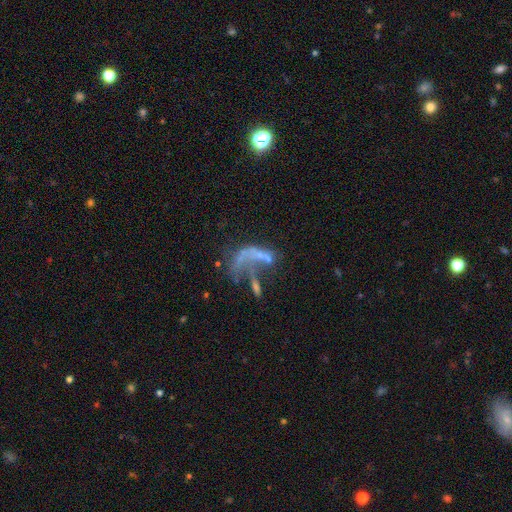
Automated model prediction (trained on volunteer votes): Smooth or featured? featured or disk (56%)
Edge-on disk? no (95%)
Bar? no (86%)
Spiral arms? no (85%)
Bulge size? none (76%)
Merging? major disturbance (42%)